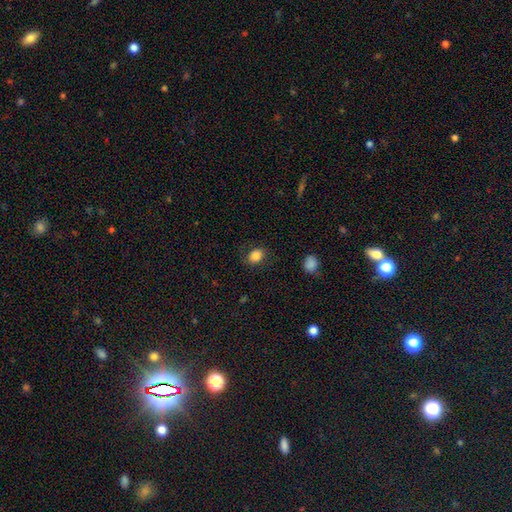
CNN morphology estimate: A smooth galaxy with no disk features (84%) that is in between round and cigar-shaped (63%).

Vote fractions:
- Smooth or featured? smooth: 84% / star or artifact: 9% / featured or disk: 7%
- How rounded? in between: 63% / round: 36% / cigar-shaped: 1%
- Merging? none: 79% / minor disturbance: 14% / major disturbance: 5% / merger: 1%